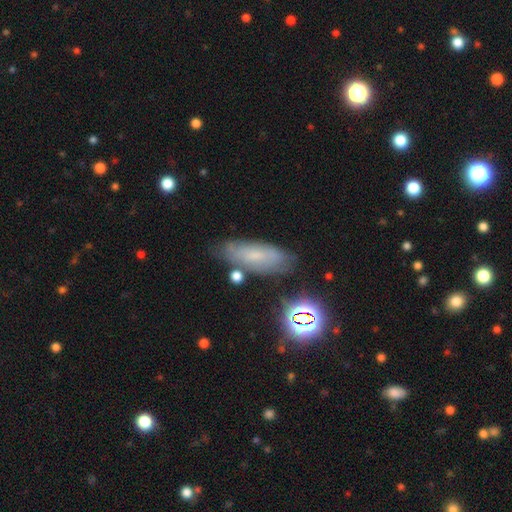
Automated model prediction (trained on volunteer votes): Smooth or featured? smooth (49%)
Merging? none (72%)